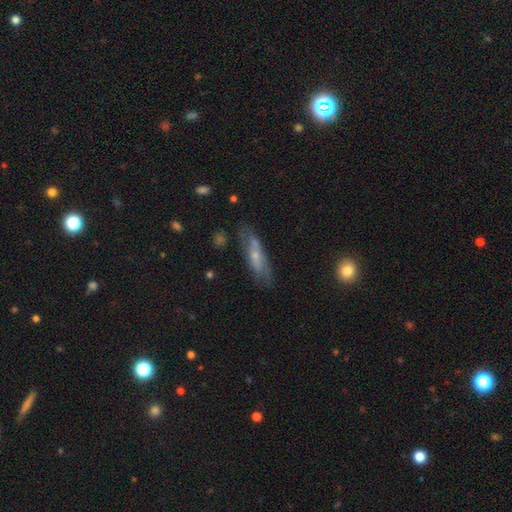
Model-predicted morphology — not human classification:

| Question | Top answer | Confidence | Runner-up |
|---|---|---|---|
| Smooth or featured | featured or disk | 53% | smooth (39%) |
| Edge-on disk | no | 58% | yes (42%) |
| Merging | none | 66% | minor disturbance (22%) |